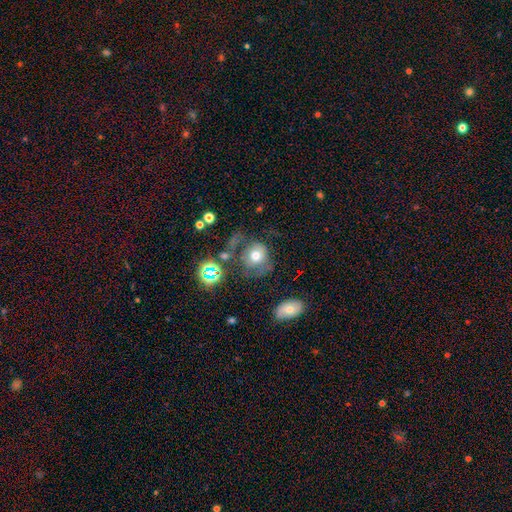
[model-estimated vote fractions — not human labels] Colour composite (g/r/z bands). It shows a smooth galaxy with no disk features (64%) that is round (75%). Merging: none (41%).